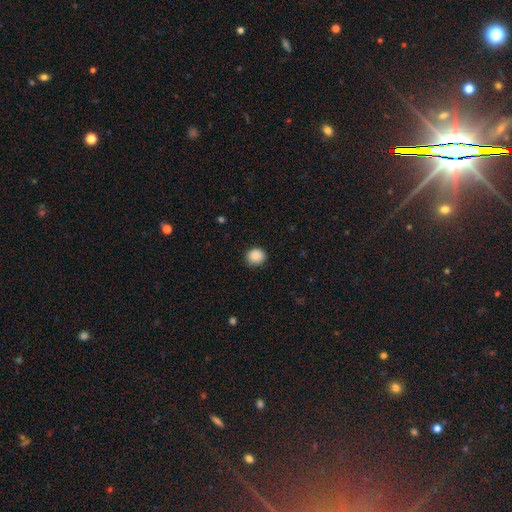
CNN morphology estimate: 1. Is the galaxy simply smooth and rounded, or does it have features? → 89% smooth, 9% star or artifact, 3% featured or disk.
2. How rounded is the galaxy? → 83% round, 16% in between, 1% cigar-shaped.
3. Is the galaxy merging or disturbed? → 87% none, 10% minor disturbance, 2% major disturbance, 1% merger.